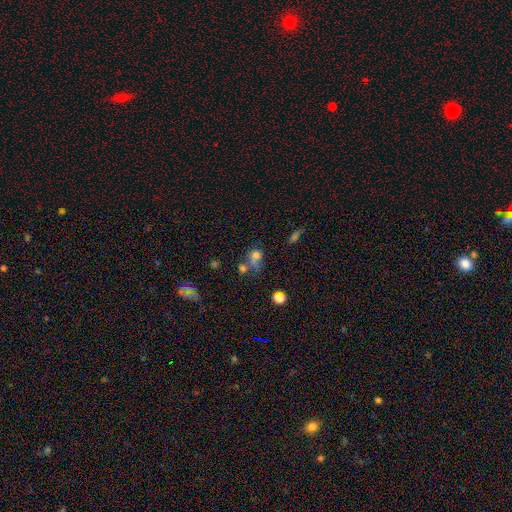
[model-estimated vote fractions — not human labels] Smooth or featured: smooth — 69% (star or artifact — 17%)
How rounded: round — 57% (in between — 41%)
Merging: none — 36% (merger — 32%)